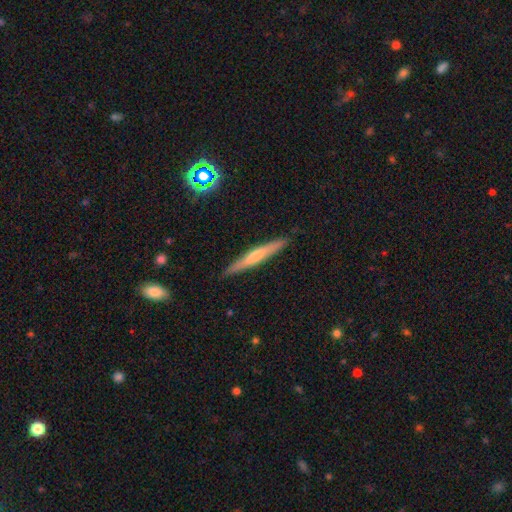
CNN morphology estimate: Smooth or featured: smooth — 48% (featured or disk — 45%)
Merging: none — 89% (minor disturbance — 8%)